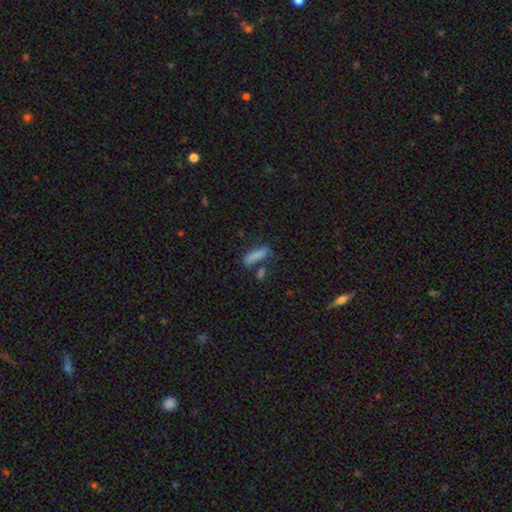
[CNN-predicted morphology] Overall: smooth (81%). How rounded: cigar-shaped (69%; in between 29%). Merging: none (59%).